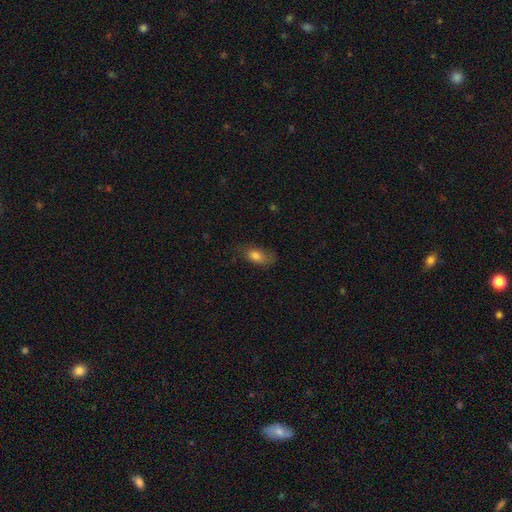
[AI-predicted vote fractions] A smooth galaxy with no disk features (76%) that is in between round and cigar-shaped (84%). Merging: none (59%).